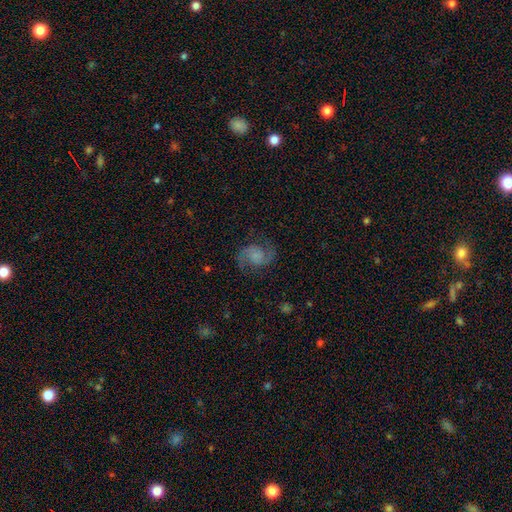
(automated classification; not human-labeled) smooth-or-featured: featured or disk: 82% | smooth: 10% | star or artifact: 8%
  disk-edge-on: no: 98% | yes: 2%
    bar: no: 62% | weak: 32% | strong: 6%
    has-spiral-arms: yes: 97% | no: 3%
      spiral-winding: medium: 56% | loose: 28% | tight: 16%
      spiral-arm-count: 2: 93% | can't tell: 2% | 1: 1% | 3: 1% | 4: 1% | more than 4: 1%
    bulge-size: none: 44% | small: 29% | moderate: 18% | large: 7% | dominant: 2%
  merging: none: 79% | minor disturbance: 14% | major disturbance: 7% | merger: 1%